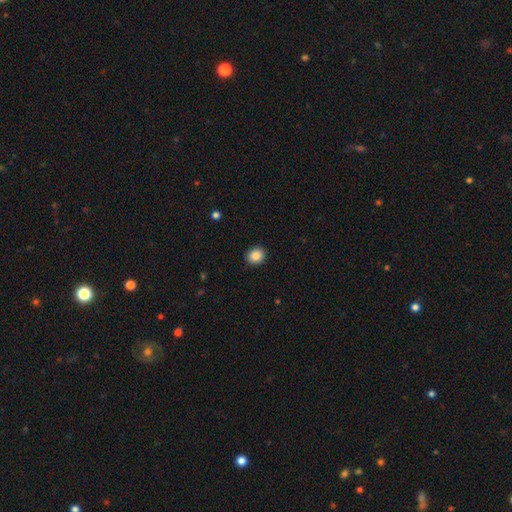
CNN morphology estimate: Smooth or featured? smooth (88%)
How rounded? round (74%)
Merging? none (91%)